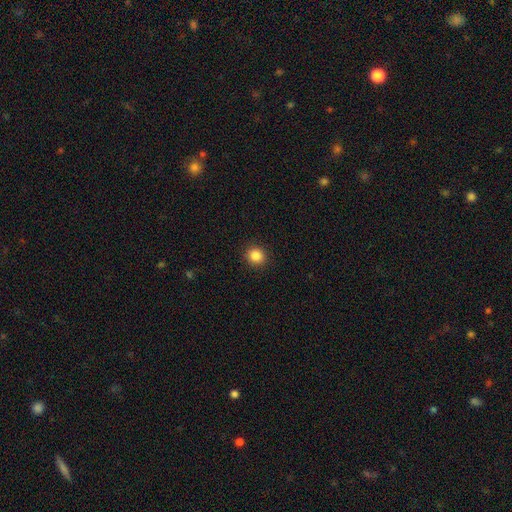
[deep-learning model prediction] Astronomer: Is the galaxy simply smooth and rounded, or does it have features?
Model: smooth — 86%.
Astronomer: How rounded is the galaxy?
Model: round — 85%.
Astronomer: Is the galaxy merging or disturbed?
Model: none — 92%.